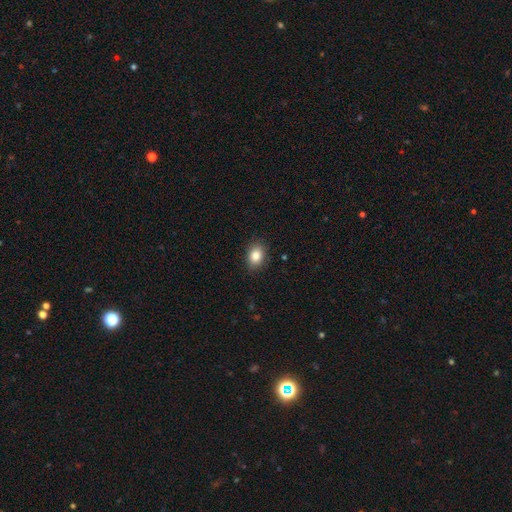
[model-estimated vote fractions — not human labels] smooth 85%, star or artifact 9%, featured or disk 6%. Down the decision tree: how rounded — in between (71%); merging — none (87%).